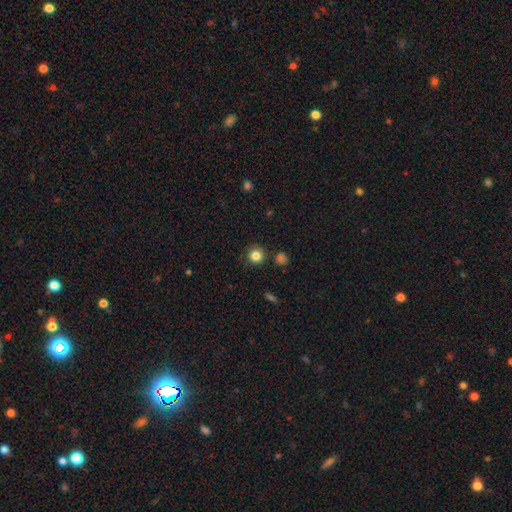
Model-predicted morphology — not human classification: type=smooth (83%); roundness=round (94%); merging=none (88%).